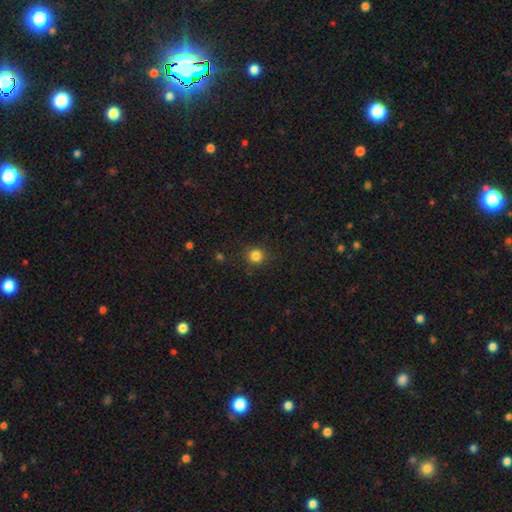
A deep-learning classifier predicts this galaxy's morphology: type=smooth (84%); roundness=round (93%); merging=none (88%).